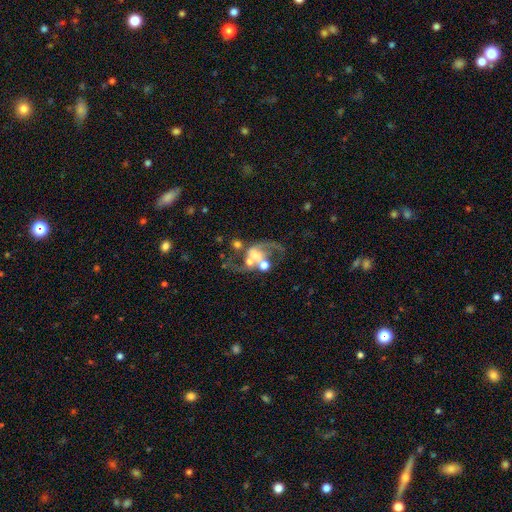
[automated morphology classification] A featured or disk galaxy (78%) with no bar (45%), 2 (87%) loose (63%) spiral arms (89%) and a moderate central bulge (39%). Merging: merger (36%).